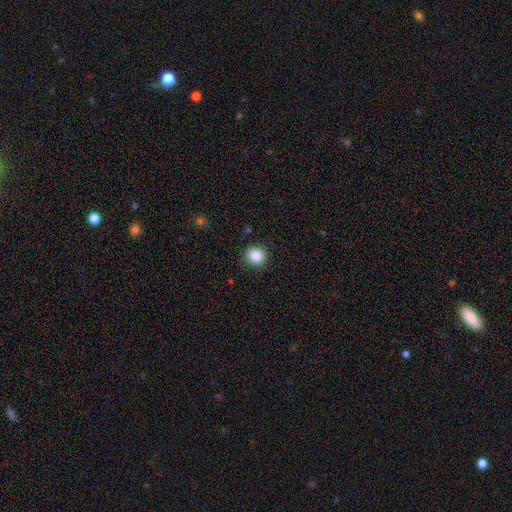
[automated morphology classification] This appears to be a smooth galaxy with no disk features (86%) that is round (79%). Merging: none (88%).